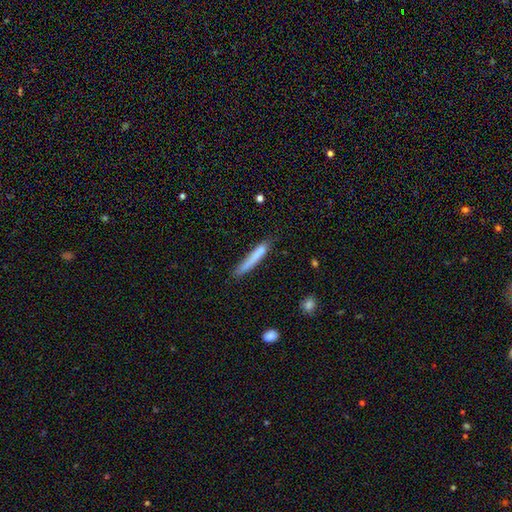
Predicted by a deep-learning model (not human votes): A smooth galaxy with no disk features (74%) that is cigar-shaped (95%).

Vote fractions:
- Smooth or featured? smooth: 74% / featured or disk: 20% / star or artifact: 7%
- How rounded? cigar-shaped: 95% / in between: 4% / round: 1%
- Merging? none: 68% / minor disturbance: 22% / major disturbance: 6% / merger: 4%